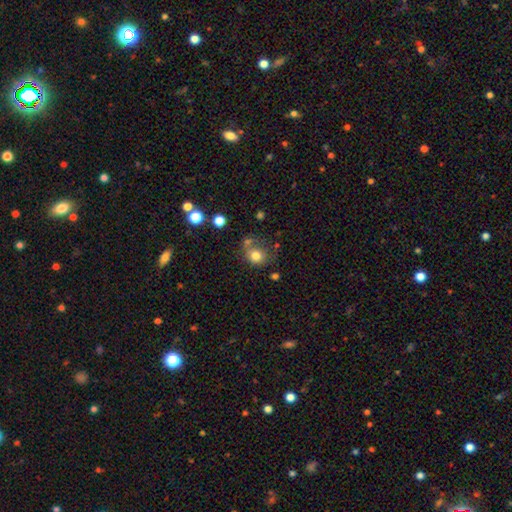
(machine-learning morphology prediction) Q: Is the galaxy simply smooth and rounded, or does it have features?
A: smooth — 78%.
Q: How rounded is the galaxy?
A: round — 76%.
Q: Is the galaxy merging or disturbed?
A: none — 52%.